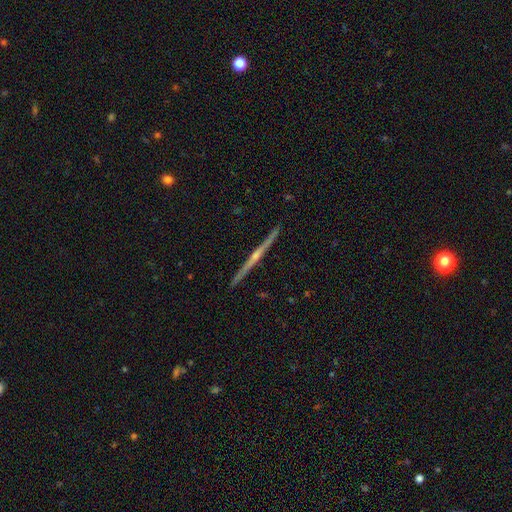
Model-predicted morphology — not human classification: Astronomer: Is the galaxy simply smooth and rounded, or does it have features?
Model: featured or disk — 86%.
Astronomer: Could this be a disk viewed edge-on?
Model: yes — 99%.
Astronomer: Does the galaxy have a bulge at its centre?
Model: rounded — 82%.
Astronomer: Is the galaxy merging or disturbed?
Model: none — 93%.